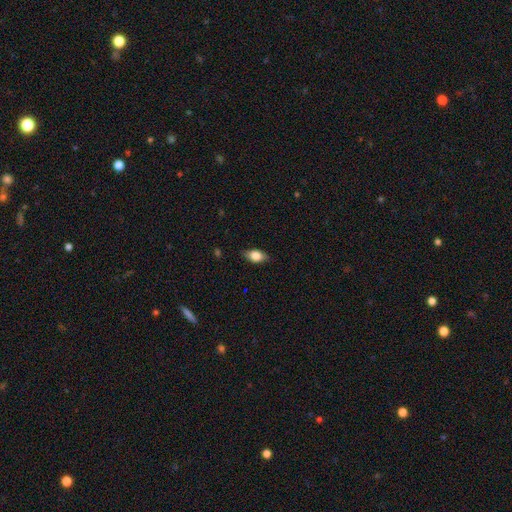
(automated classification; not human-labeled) Smooth or featured: smooth — 78% (featured or disk — 15%)
How rounded: in between — 85% (round — 9%)
Merging: none — 83% (minor disturbance — 14%)